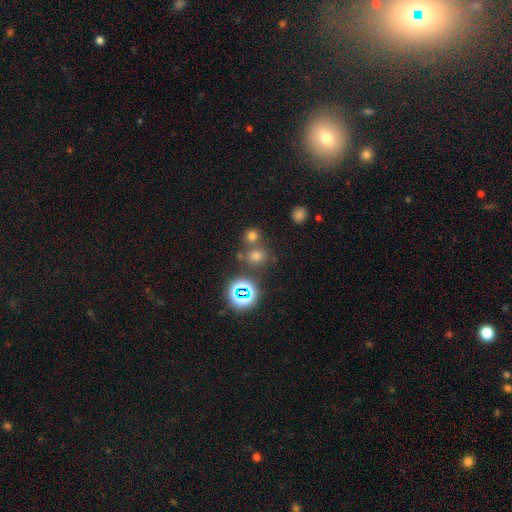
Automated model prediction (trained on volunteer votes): Smooth or featured? smooth (60%)
How rounded? round (83%)
Merging? none (64%)